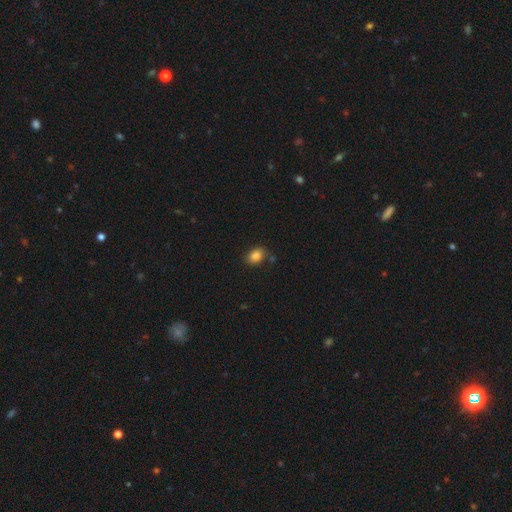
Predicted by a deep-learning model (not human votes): This appears to be a smooth galaxy with no disk features (85%) that is in between round and cigar-shaped (65%). Merging: none (74%).